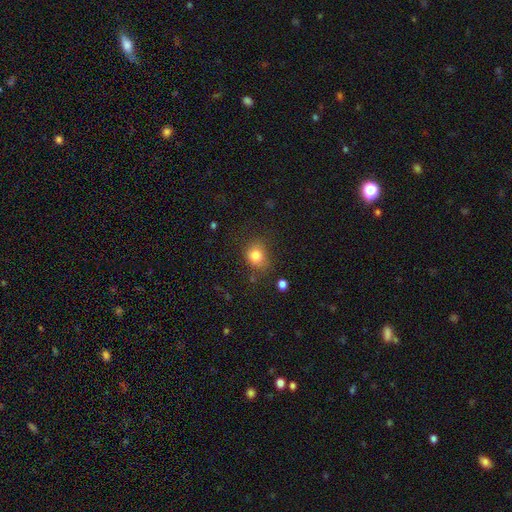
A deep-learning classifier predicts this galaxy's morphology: Smooth or featured?
  - smooth: 80% *
  - star or artifact: 12%
  - featured or disk: 8%
How rounded?
  - round: 67% *
  - in between: 32%
  - cigar-shaped: 1%
Merging?
  - none: 63% *
  - minor disturbance: 23%
  - major disturbance: 9%
  - merger: 4%